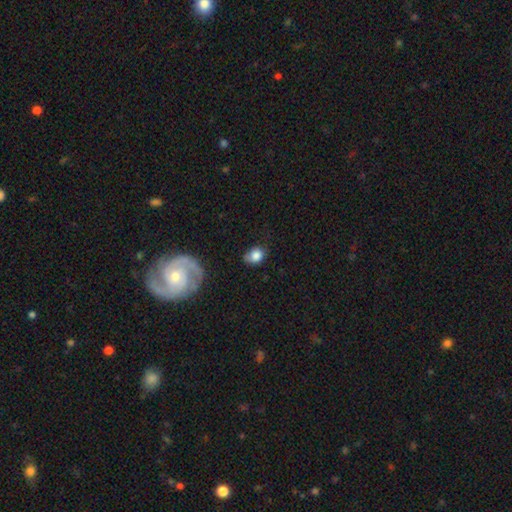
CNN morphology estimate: Q: Smooth or featured?
A: smooth (80%); runner-up: featured or disk (12%)
Q: How rounded?
A: round (50%); runner-up: in between (49%)
Q: Merging?
A: none (46%); runner-up: minor disturbance (34%)